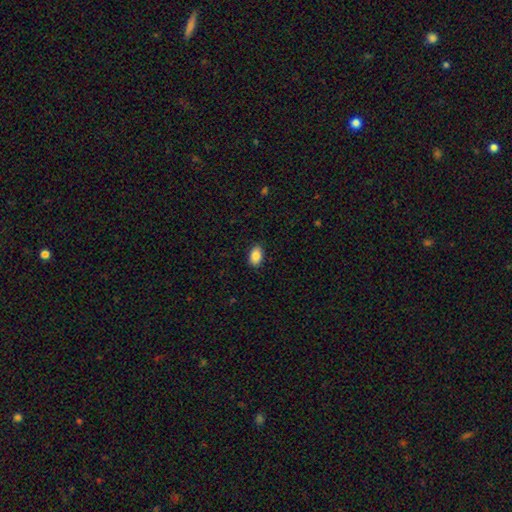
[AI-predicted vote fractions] Overall: smooth (87%). How rounded: in between (90%). Merging: none (87%).